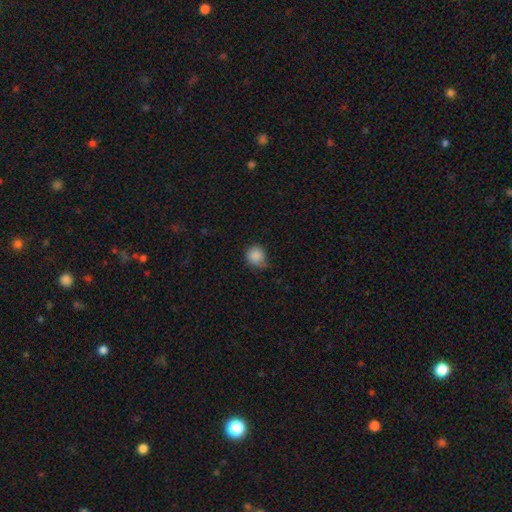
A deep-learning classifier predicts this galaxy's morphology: Overall: smooth (87%). How rounded: round (86%). Merging: none (55%; minor disturbance 34%).